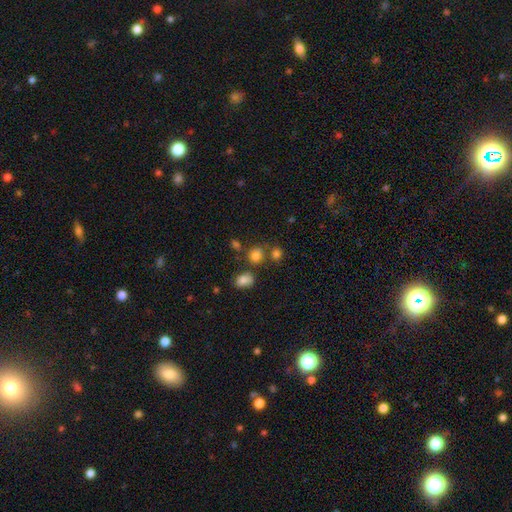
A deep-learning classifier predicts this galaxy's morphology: The model was most divided on "how rounded": round: 72%, in between: 27%, cigar-shaped: 1%. More confident: smooth or featured — smooth (79%); merging — none (68%).